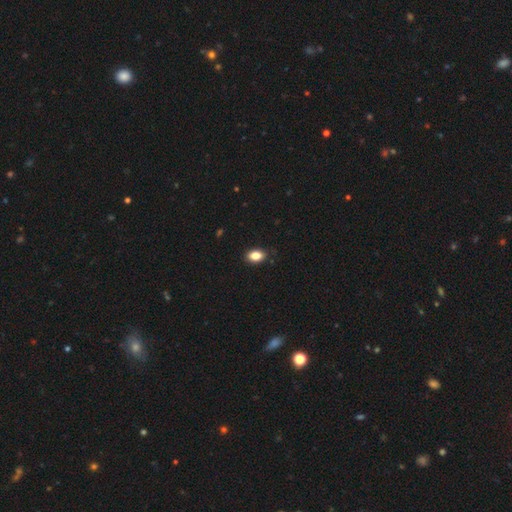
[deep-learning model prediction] This is clearly a smooth galaxy (85%). How rounded: clearly in between (84%). Merging: clearly none (86%).